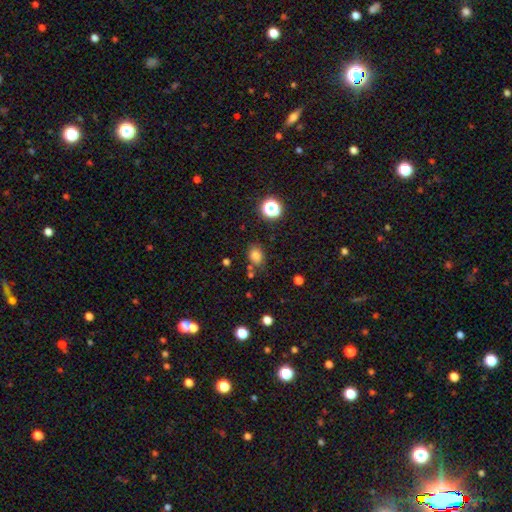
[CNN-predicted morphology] Smooth or featured? smooth (78%)
How rounded? in between (55%)
Merging? none (75%)